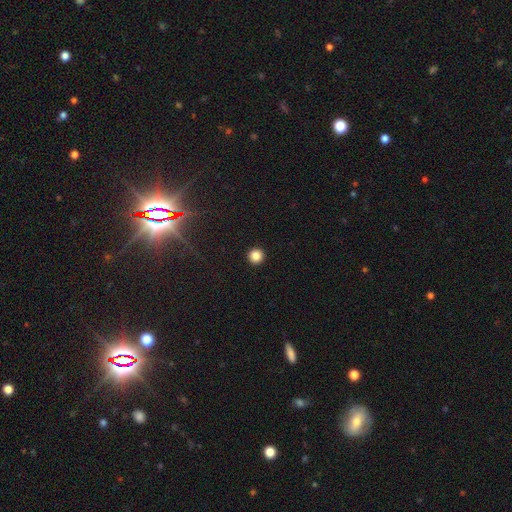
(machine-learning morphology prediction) Overall: smooth (85%). How rounded: round (97%). Merging: none (94%).